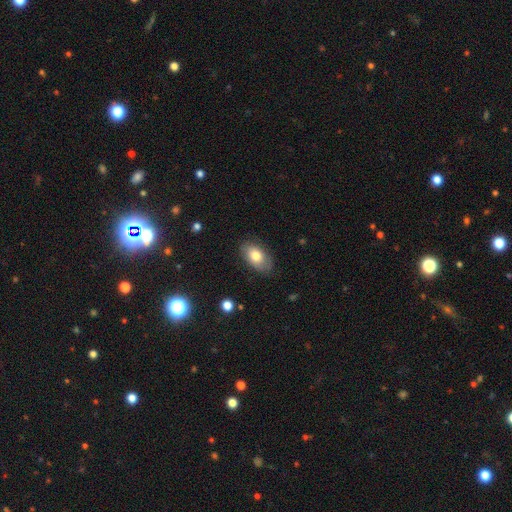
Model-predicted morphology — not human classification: smooth-or-featured: smooth: 76% | featured or disk: 17% | star or artifact: 7%
  how-rounded: in between: 92% | round: 7% | cigar-shaped: 2%
  merging: none: 80% | minor disturbance: 15% | major disturbance: 4% | merger: 1%